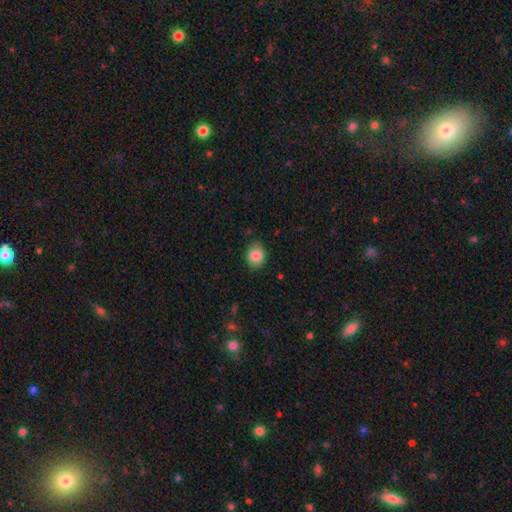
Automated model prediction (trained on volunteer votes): The model was most divided on "how rounded": in between: 54%, round: 45%, cigar-shaped: 1%. More confident: smooth or featured — smooth (86%); merging — none (78%).